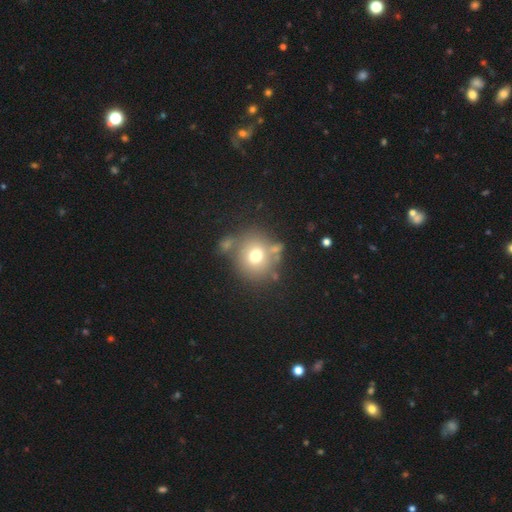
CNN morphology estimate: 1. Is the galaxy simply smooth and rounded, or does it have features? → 69% smooth, 18% featured or disk, 14% star or artifact.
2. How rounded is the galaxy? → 84% round, 15% in between, 1% cigar-shaped.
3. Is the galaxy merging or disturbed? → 67% none, 14% minor disturbance, 13% merger, 7% major disturbance.